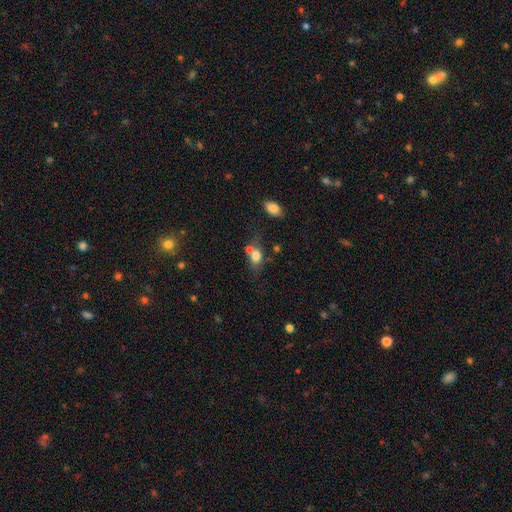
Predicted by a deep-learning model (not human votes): A smooth galaxy with no disk features (73%) that is in between round and cigar-shaped (62%). Merging: none (41%).